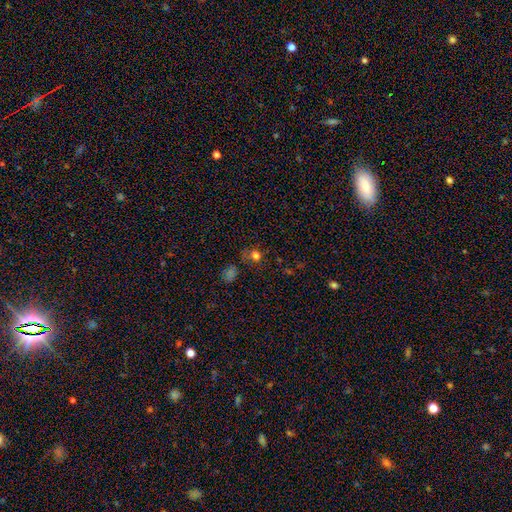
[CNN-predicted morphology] A smooth galaxy with no disk features (66%) that is round (78%).

Vote fractions:
- Smooth or featured? smooth: 66% / star or artifact: 26% / featured or disk: 8%
- How rounded? round: 78% / in between: 21% / cigar-shaped: 1%
- Merging? none: 69% / minor disturbance: 17% / major disturbance: 8% / merger: 6%